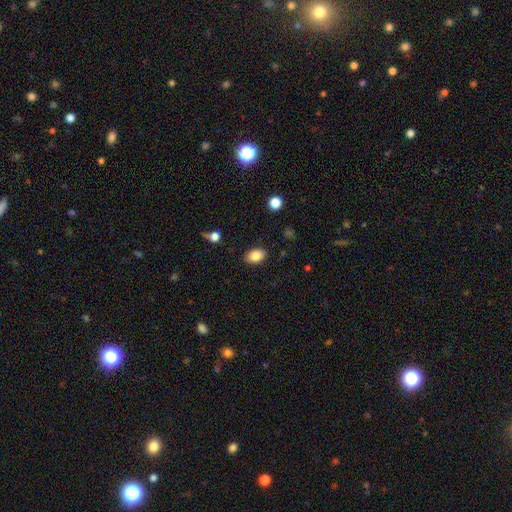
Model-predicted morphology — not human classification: The model was most divided on "how rounded": in between: 85%, round: 14%, cigar-shaped: 1%. More confident: merging — none (87%); smooth or featured — smooth (83%).